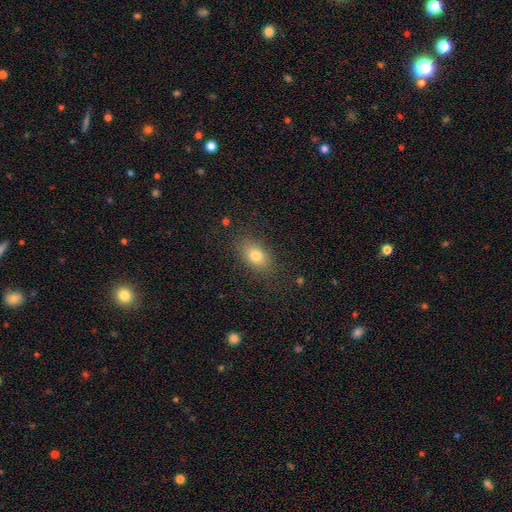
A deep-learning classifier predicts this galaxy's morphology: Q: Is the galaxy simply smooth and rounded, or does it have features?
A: smooth — 79%.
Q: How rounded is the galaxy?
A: in between — 83%.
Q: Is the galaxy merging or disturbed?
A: none — 84%.